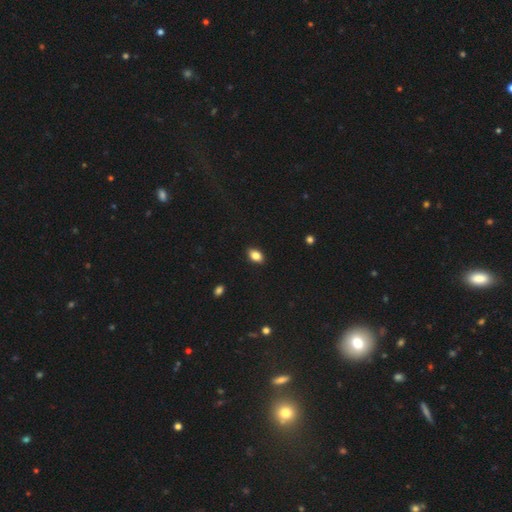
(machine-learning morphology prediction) A smooth galaxy with no disk features (85%) that is in between round and cigar-shaped (86%). Merging: none (89%).